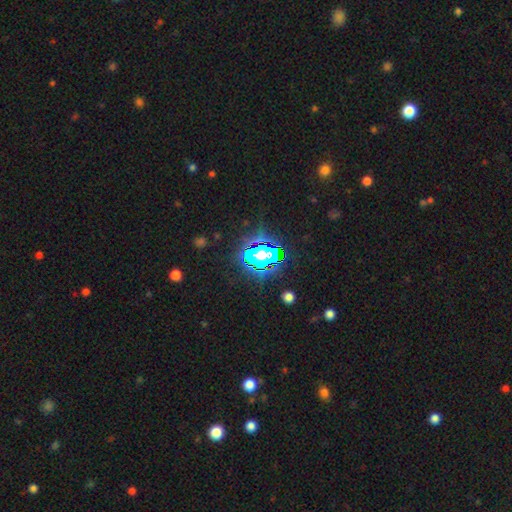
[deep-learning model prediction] Smooth or featured: star or artifact — 68% (smooth — 20%)